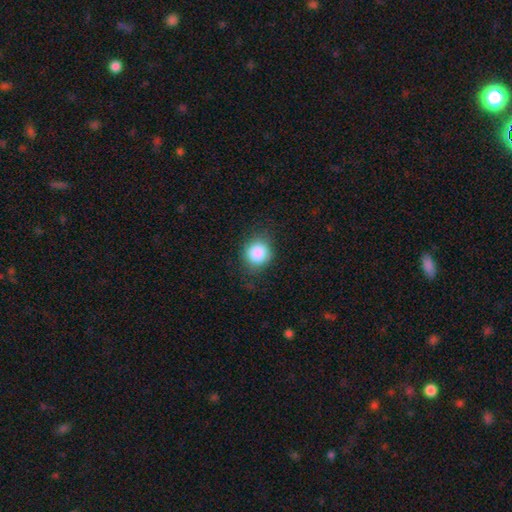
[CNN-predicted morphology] type=smooth (86%); roundness=round (77%); merging=none (78%).